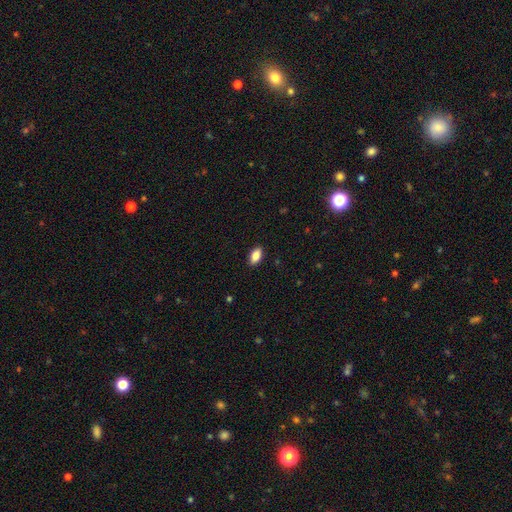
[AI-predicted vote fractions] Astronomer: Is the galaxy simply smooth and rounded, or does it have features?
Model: smooth — 87%.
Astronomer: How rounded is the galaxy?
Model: in between — 92%.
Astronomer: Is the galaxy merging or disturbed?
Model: none — 89%.